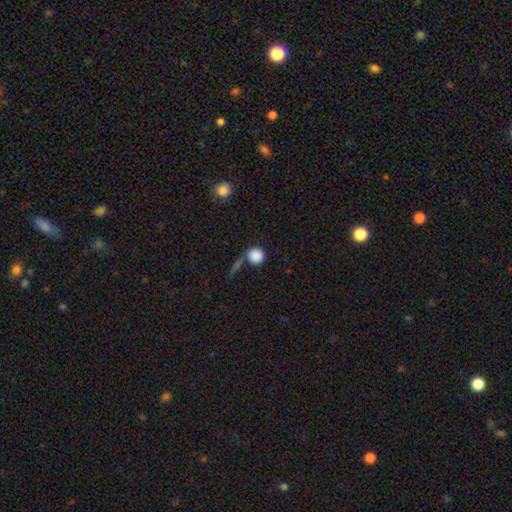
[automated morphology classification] This appears to be a smooth galaxy with no disk features (87%) that is round (94%). Merging: none (64%).